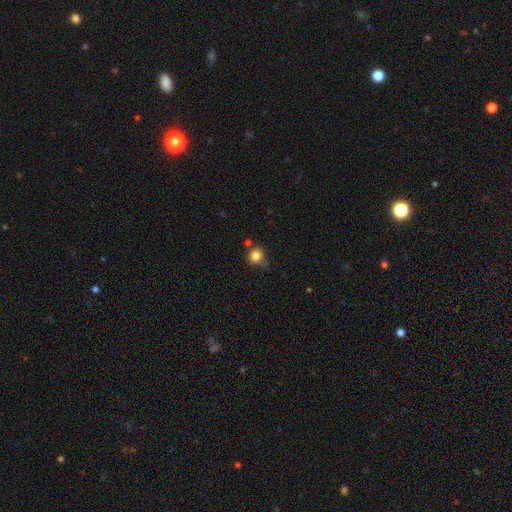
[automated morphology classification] Overall: smooth (84%). How rounded: round (88%). Merging: none (65%).